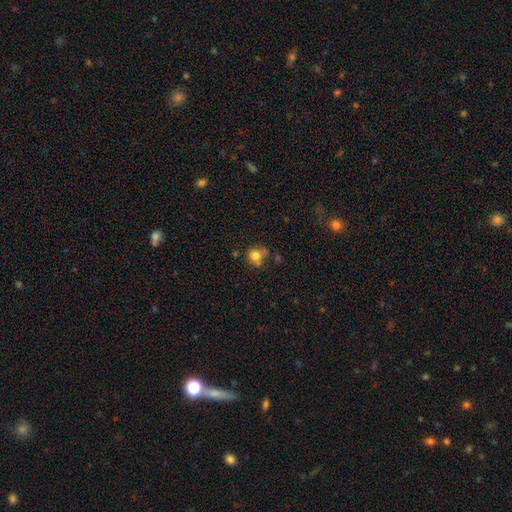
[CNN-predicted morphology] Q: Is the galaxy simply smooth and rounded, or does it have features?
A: smooth — 77%.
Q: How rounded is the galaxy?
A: round — 76%.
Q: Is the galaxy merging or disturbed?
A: none — 50%.